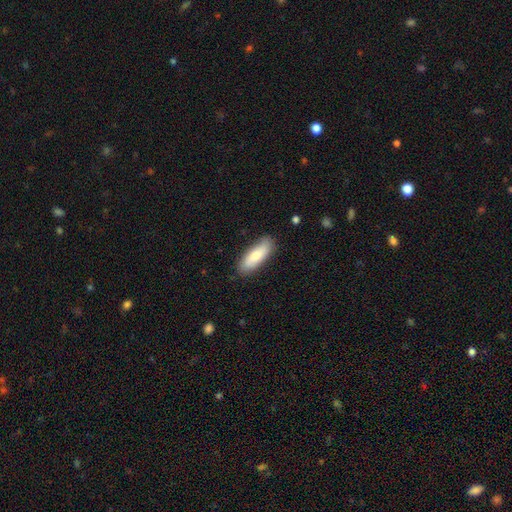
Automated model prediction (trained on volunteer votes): A smooth galaxy with no disk features (73%) that is in between round and cigar-shaped (62%). Merging: none (85%).